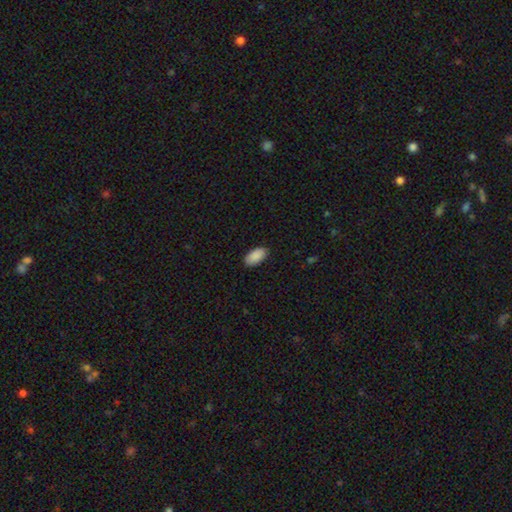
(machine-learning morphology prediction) Overall: smooth (91%). How rounded: in between (95%). Merging: none (89%).